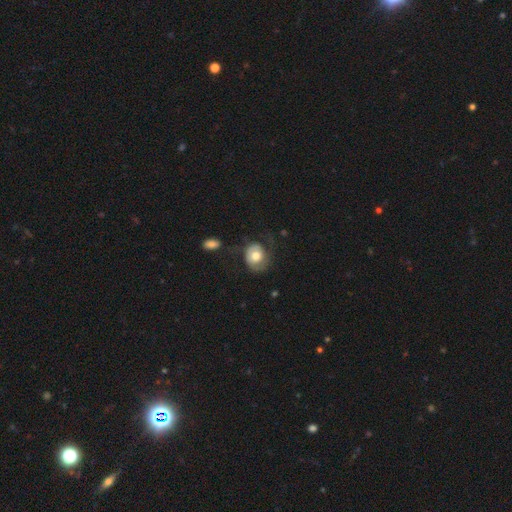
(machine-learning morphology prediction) smooth-or-featured: smooth: 51% | featured or disk: 42% | star or artifact: 7%
  how-rounded: round: 63% | in between: 36% | cigar-shaped: 1%
  merging: none: 45% | major disturbance: 28% | minor disturbance: 24% | merger: 3%